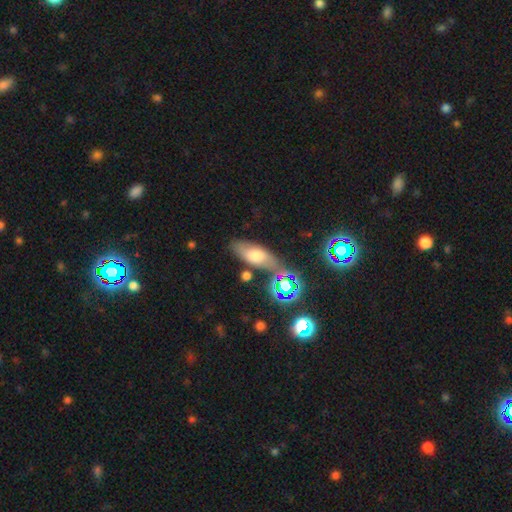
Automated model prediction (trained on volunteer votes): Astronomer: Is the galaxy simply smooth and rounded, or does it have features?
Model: smooth — 57%.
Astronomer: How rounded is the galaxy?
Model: in between — 74%.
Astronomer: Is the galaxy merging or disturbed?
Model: none — 66%.